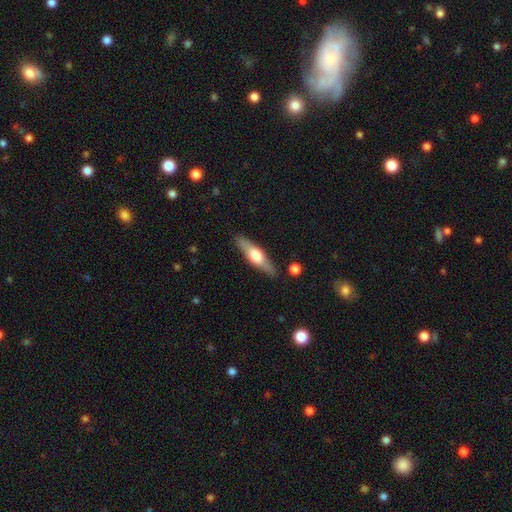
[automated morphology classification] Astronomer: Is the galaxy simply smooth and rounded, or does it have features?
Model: featured or disk — 56% (runner-up: smooth, 39%).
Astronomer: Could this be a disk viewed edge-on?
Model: yes — 93%.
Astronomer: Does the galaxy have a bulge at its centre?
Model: rounded — 93%.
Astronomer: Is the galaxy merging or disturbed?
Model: none — 87%.